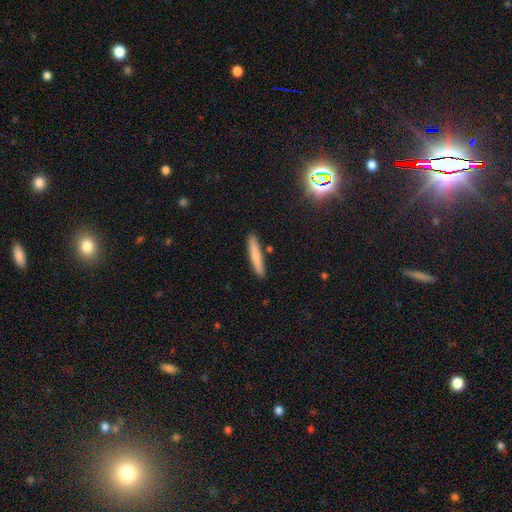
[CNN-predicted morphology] A smooth galaxy with no disk features (75%) that is cigar-shaped (93%). Merging: none (88%).